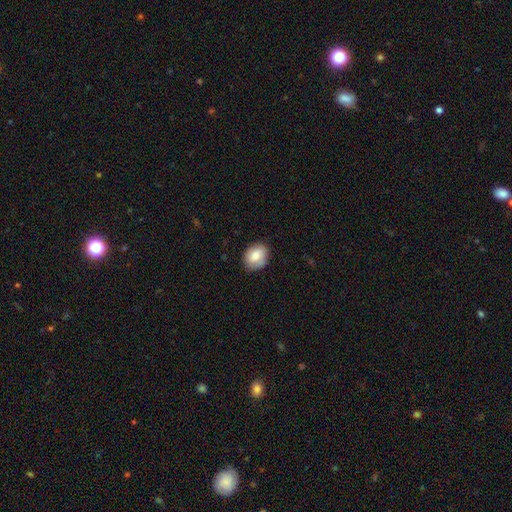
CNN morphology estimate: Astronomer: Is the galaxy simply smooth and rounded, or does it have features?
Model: smooth — 81%.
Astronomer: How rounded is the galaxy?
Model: in between — 59% (runner-up: round, 40%).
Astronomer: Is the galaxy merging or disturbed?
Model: none — 75%.